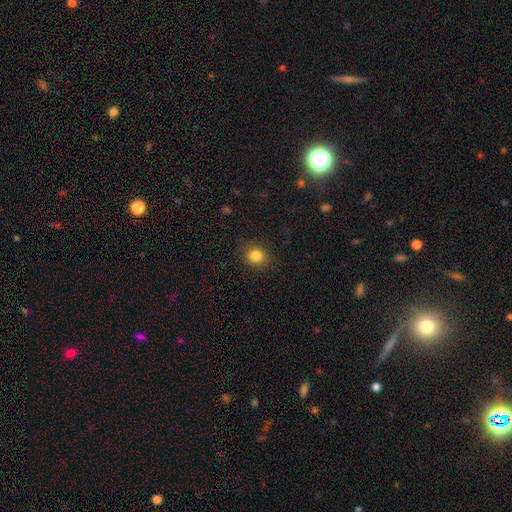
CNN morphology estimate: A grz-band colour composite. It shows a smooth galaxy with no disk features (84%) that is round (75%). Merging: none (88%).